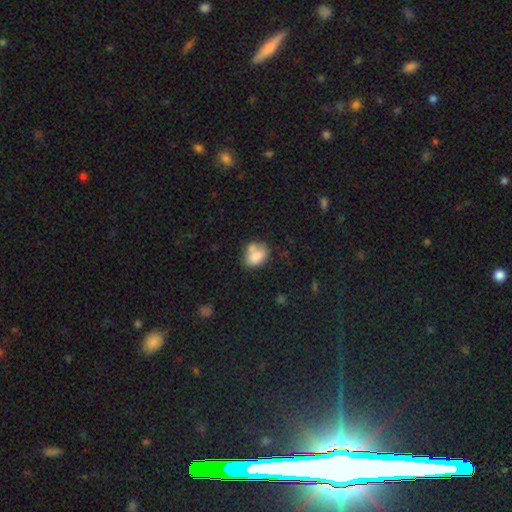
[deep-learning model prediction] Smooth or featured? smooth (78%)
How rounded? in between (66%)
Merging? none (44%)